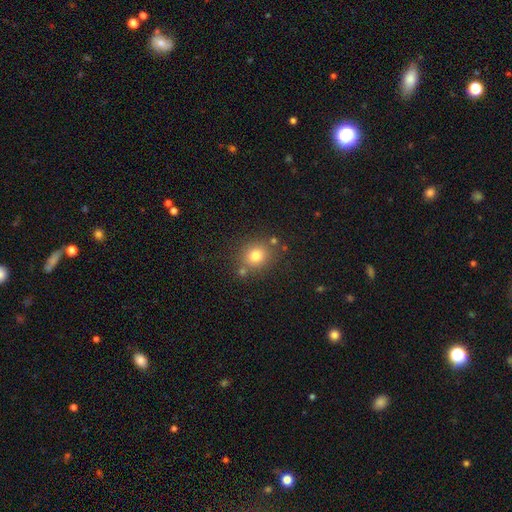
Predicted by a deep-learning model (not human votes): Smooth or featured? smooth (78%)
How rounded? round (80%)
Merging? none (77%)